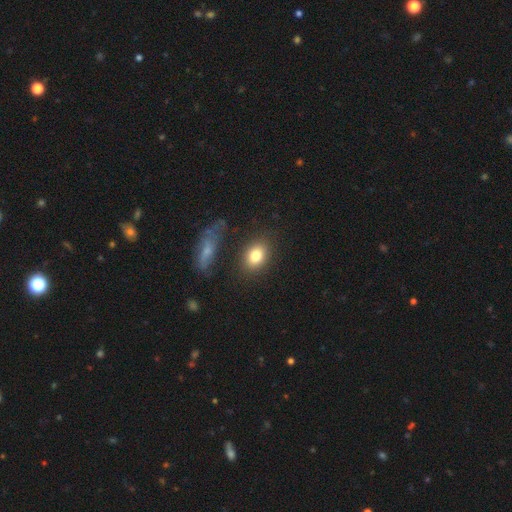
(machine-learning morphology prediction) Q: Smooth or featured?
A: smooth (81%); runner-up: featured or disk (10%)
Q: How rounded?
A: in between (68%); runner-up: round (30%)
Q: Merging?
A: none (82%); runner-up: minor disturbance (11%)